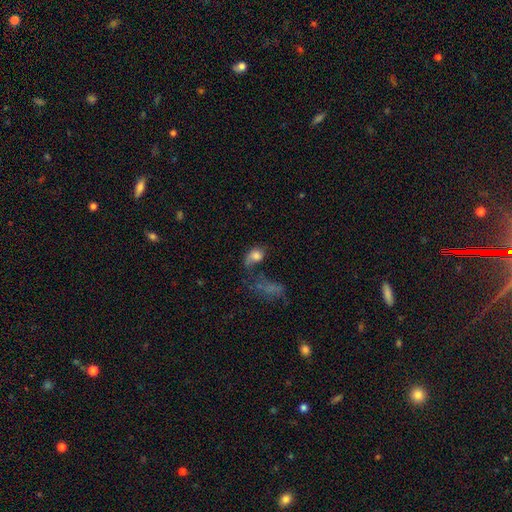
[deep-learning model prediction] The model was most divided on "merging": major disturbance: 33%, none: 26%, merger: 22%, minor disturbance: 19%. More confident: smooth or featured — smooth (71%); how rounded — in between (64%).